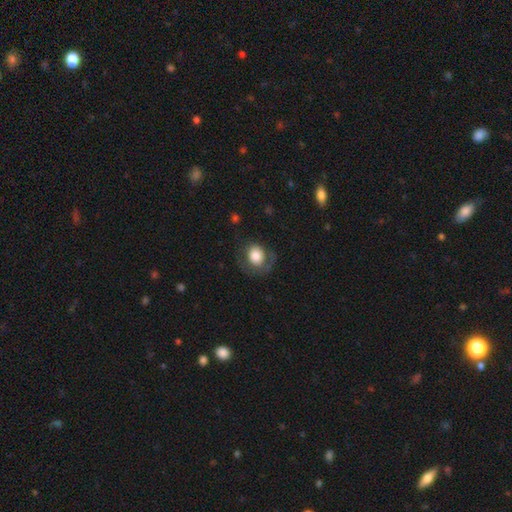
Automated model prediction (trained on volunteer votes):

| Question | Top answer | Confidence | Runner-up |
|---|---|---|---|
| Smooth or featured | smooth | 74% | featured or disk (18%) |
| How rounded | round | 61% | in between (38%) |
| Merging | none | 56% | minor disturbance (22%) |